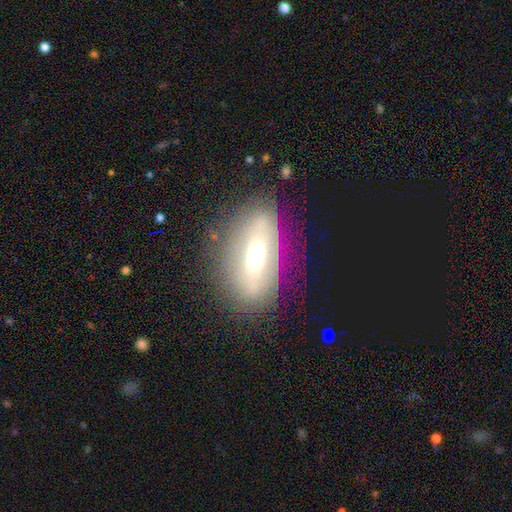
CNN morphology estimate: Overall: featured or disk (51%; smooth 38%). Edge-on disk: no (74%). Merging: none (67%).